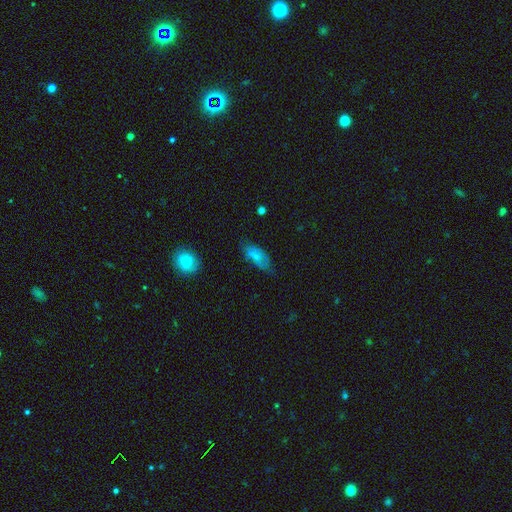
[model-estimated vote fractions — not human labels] A smooth galaxy with no disk features (69%) that is in between round and cigar-shaped (85%).

Vote fractions:
- Smooth or featured? smooth: 69% / featured or disk: 23% / star or artifact: 8%
- How rounded? in between: 85% / cigar-shaped: 12% / round: 3%
- Merging? none: 56% / minor disturbance: 30% / major disturbance: 11% / merger: 4%